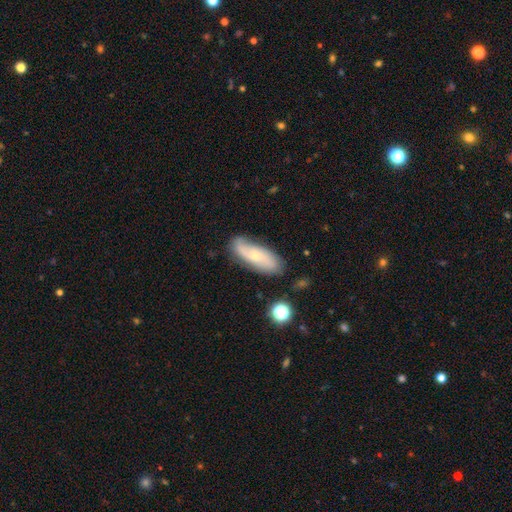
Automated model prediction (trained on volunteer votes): The model was most divided on "smooth or featured": featured or disk: 57%, smooth: 35%, star or artifact: 7%. More confident: edge-on disk — no (84%); merging — none (73%).